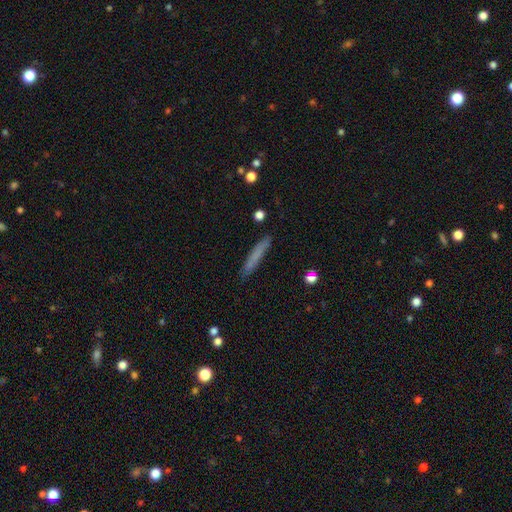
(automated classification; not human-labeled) This appears to be a smooth galaxy with no disk features (70%) that is cigar-shaped (95%). Merging: none (87%).